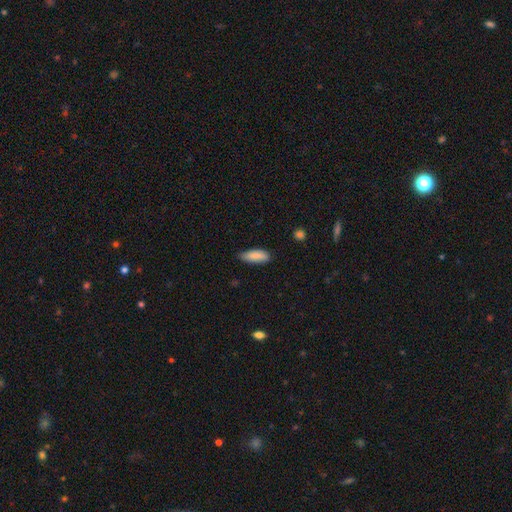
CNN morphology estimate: Smooth or featured: smooth — 86% (featured or disk — 8%)
How rounded: in between — 70% (cigar-shaped — 29%)
Merging: none — 75% (minor disturbance — 21%)